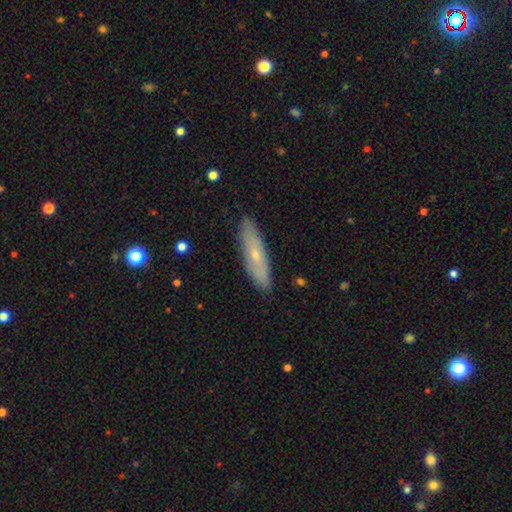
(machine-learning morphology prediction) The model was most divided on "smooth or featured": smooth: 50%, featured or disk: 43%, star or artifact: 7%. More confident: merging — none (87%); how rounded — cigar-shaped (68%).